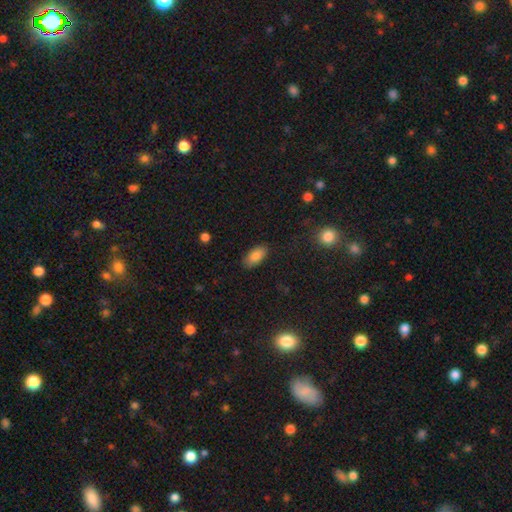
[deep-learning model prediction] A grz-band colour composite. It shows a smooth galaxy with no disk features (84%) that is in between round and cigar-shaped (92%). Merging: none (86%).